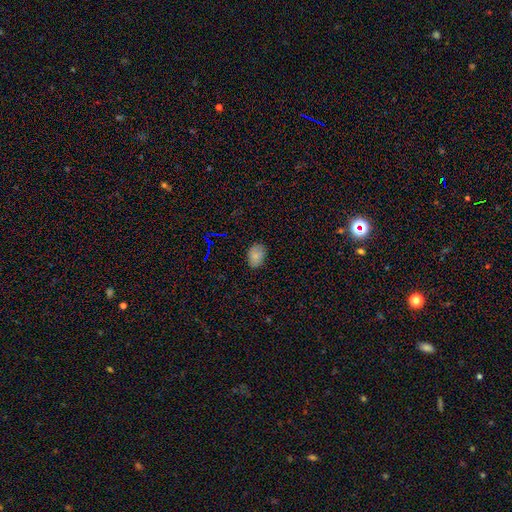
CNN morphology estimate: Q: Smooth or featured?
A: smooth (81%); runner-up: star or artifact (12%)
Q: How rounded?
A: in between (81%); runner-up: round (18%)
Q: Merging?
A: none (83%); runner-up: minor disturbance (13%)